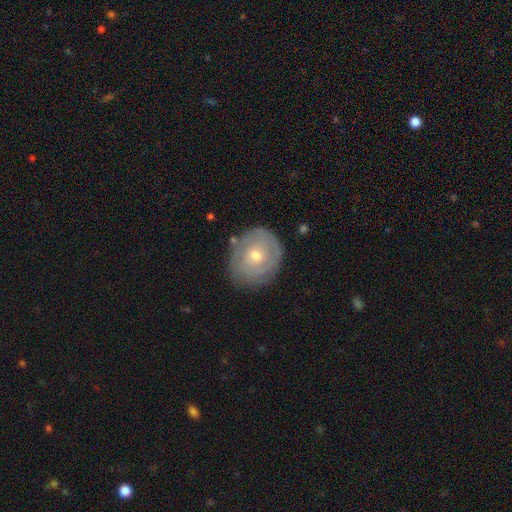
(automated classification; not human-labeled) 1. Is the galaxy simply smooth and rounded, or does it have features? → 52% featured or disk, 40% smooth, 7% star or artifact.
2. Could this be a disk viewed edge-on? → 96% no, 4% yes.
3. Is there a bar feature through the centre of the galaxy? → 81% no, 16% weak, 3% strong.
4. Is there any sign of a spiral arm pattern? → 60% yes, 40% no.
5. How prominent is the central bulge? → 53% moderate, 43% small, 2% large, 1% none, 1% dominant.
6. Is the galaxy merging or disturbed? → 78% none, 16% minor disturbance, 4% major disturbance, 2% merger.